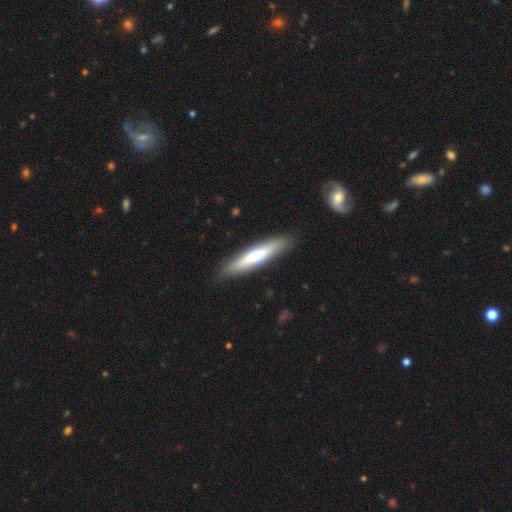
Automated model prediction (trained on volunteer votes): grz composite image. It shows a smooth galaxy with no disk features (52%) that is cigar-shaped (85%). Merging: none (89%).